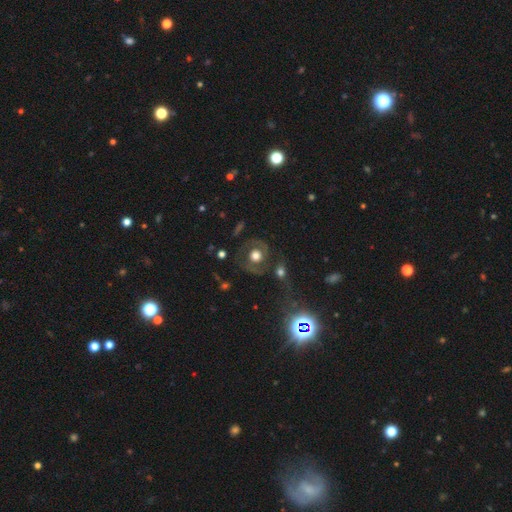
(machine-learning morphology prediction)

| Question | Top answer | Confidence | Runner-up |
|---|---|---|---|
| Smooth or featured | featured or disk | 51% | smooth (40%) |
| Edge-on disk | no | 95% | yes (5%) |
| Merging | none | 68% | minor disturbance (14%) |